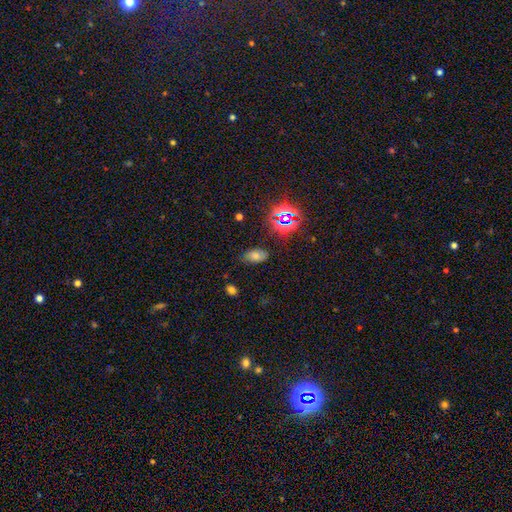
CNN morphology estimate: This appears to be a smooth galaxy with no disk features (53%) that is in between round and cigar-shaped (88%). Merging: none (80%).